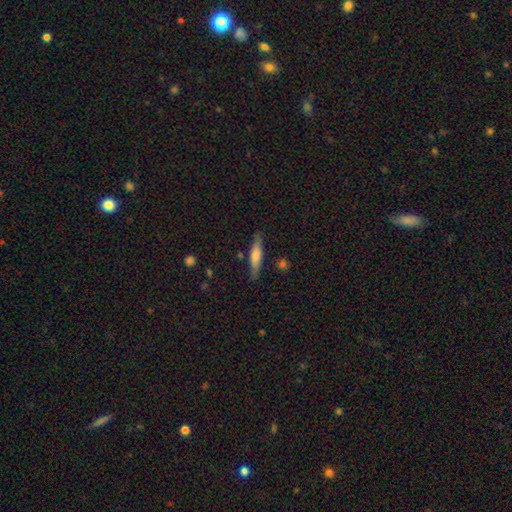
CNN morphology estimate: This is likely a smooth galaxy (64%). How rounded: clearly cigar-shaped (82%). Merging: clearly none (83%).